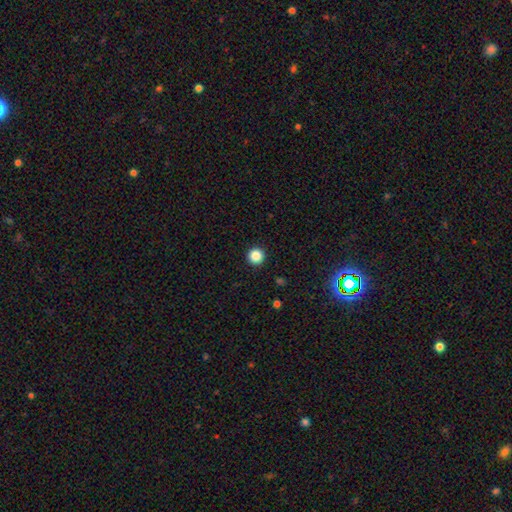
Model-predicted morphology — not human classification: smooth 86%, star or artifact 11%, featured or disk 3%. Down the decision tree: how rounded — round (96%); merging — none (94%).